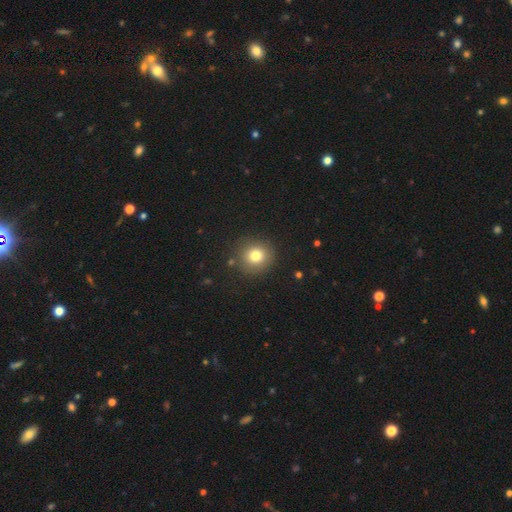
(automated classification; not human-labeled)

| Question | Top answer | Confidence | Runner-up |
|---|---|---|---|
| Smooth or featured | smooth | 78% | star or artifact (13%) |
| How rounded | round | 90% | in between (9%) |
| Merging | none | 87% | minor disturbance (8%) |